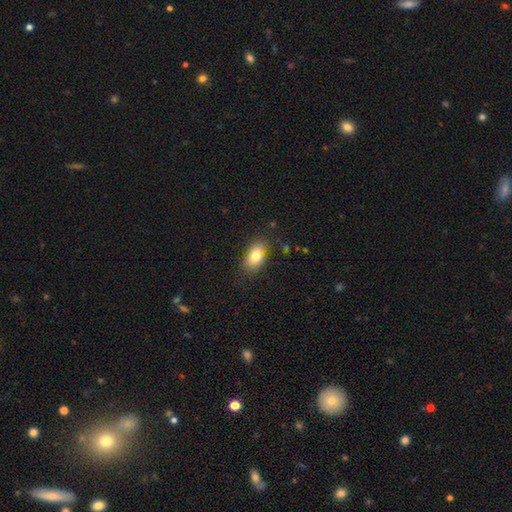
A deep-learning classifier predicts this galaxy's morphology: This appears to be a smooth galaxy with no disk features (78%) that is in between round and cigar-shaped (85%). Merging: none (77%).